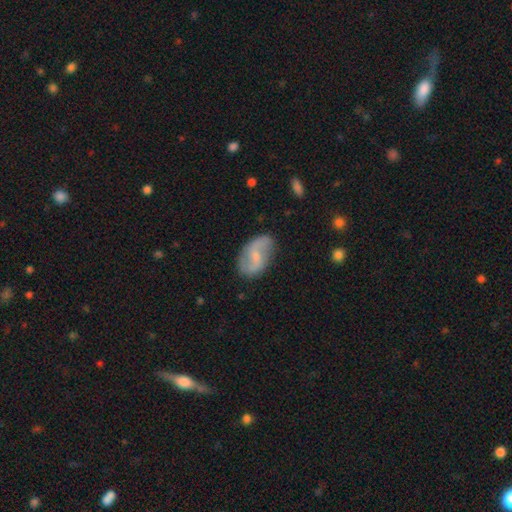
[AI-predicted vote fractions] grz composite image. It shows a featured or disk galaxy (70%) with a weak bar (50%), 2 (90%) loose (61%) spiral arms (90%) and a small central bulge (56%). Merging: none (77%).